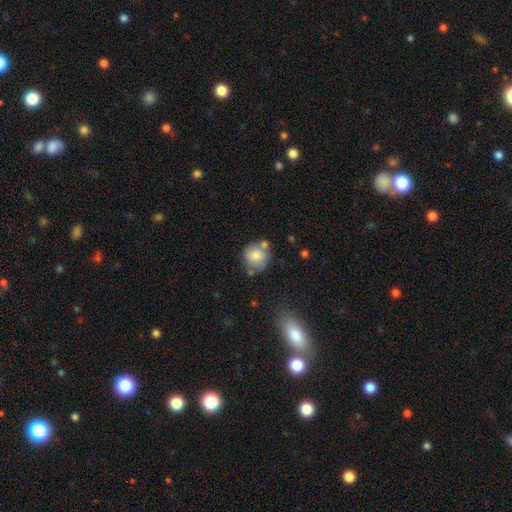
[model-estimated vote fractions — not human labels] Smooth or featured: smooth — 79% (featured or disk — 12%)
How rounded: round — 85% (in between — 14%)
Merging: none — 62% (minor disturbance — 17%)